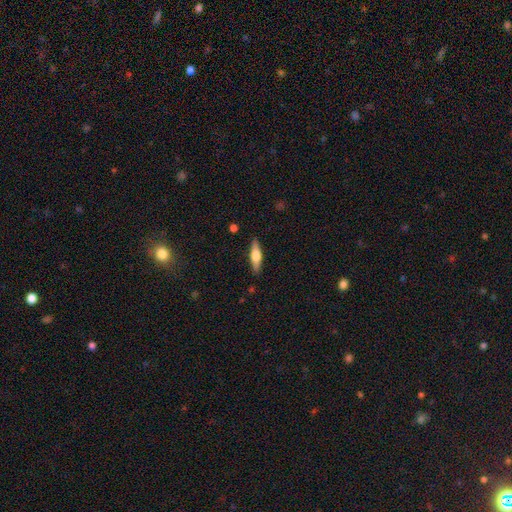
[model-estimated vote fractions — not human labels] This is possibly a smooth galaxy (49%). Merging: clearly none (88%).